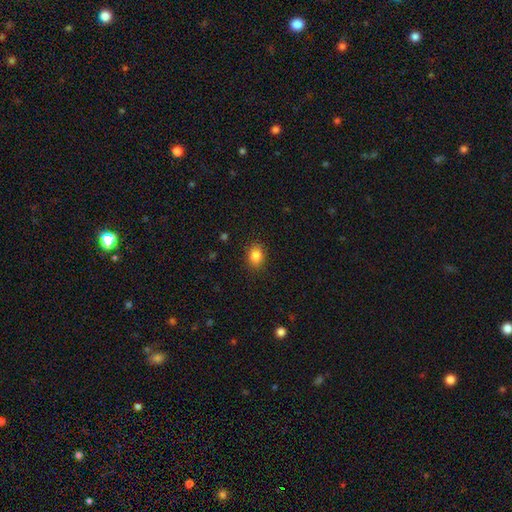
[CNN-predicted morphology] Smooth or featured? smooth (84%)
How rounded? in between (59%)
Merging? none (87%)